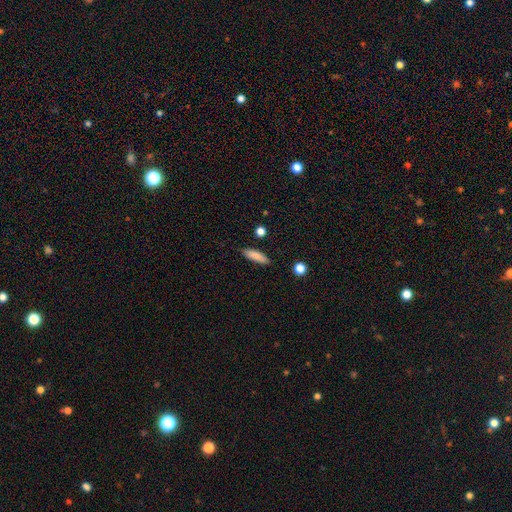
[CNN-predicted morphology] Q: Smooth or featured?
A: smooth (85%); runner-up: featured or disk (7%)
Q: How rounded?
A: cigar-shaped (58%); runner-up: in between (40%)
Q: Merging?
A: none (85%); runner-up: minor disturbance (11%)